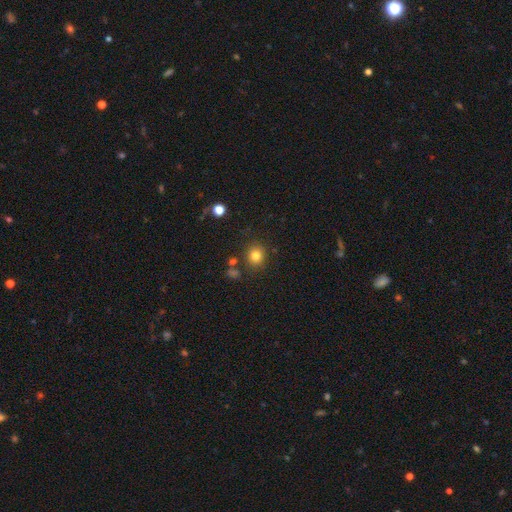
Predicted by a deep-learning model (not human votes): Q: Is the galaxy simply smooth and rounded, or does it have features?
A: smooth — 80%.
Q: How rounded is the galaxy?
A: round — 81%.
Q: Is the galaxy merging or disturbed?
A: none — 83%.